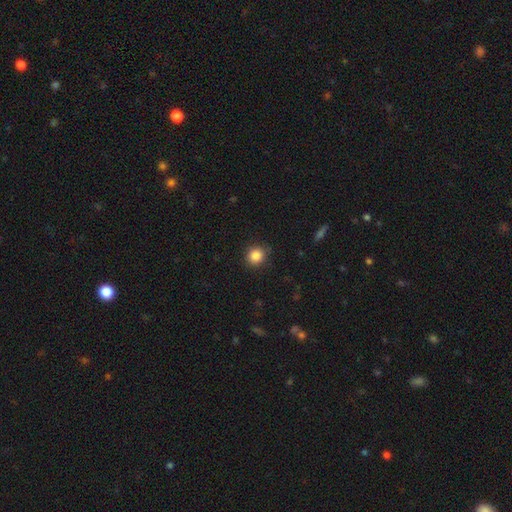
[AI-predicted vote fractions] smooth_or_featured: smooth (p=0.86) [alt: star or artifact p=0.11]
how_rounded: round (p=0.89) [alt: in between p=0.10]
merging: none (p=0.88) [alt: minor disturbance p=0.09]